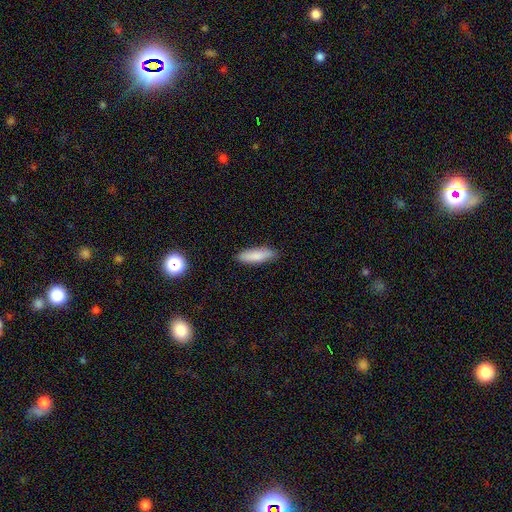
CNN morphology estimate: A smooth galaxy with no disk features (85%) that is cigar-shaped (52%). Merging: none (85%).